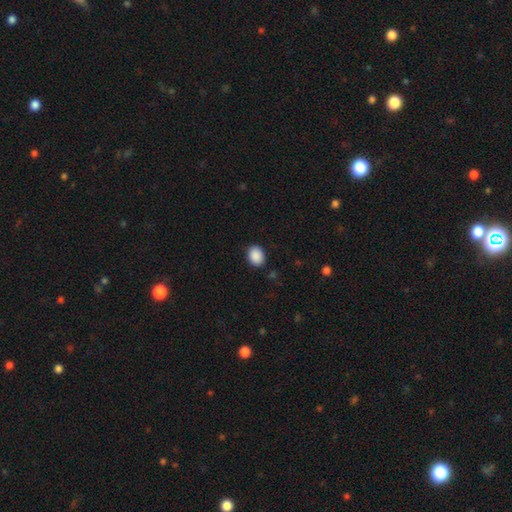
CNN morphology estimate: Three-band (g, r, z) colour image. It shows a smooth galaxy with no disk features (90%) that is in between round and cigar-shaped (64%). Merging: none (88%).